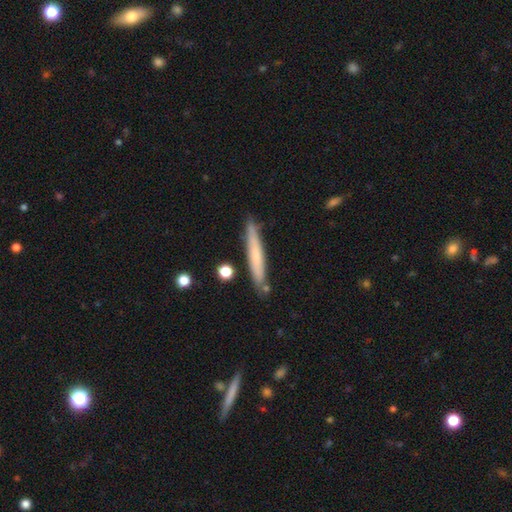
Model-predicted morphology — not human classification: This is likely a smooth galaxy (60%). How rounded: clearly cigar-shaped (95%). Merging: clearly none (83%).